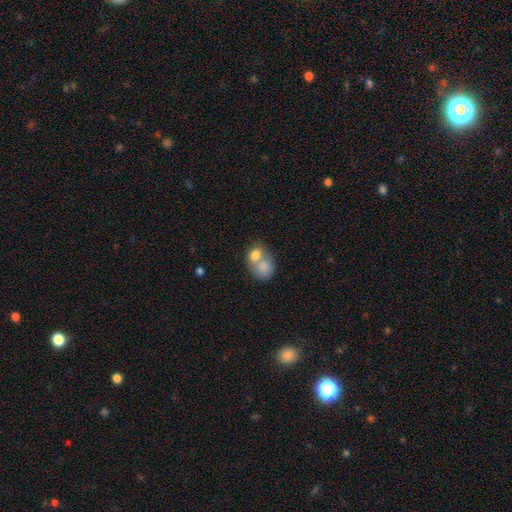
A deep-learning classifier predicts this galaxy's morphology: Smooth or featured: smooth — 76% (featured or disk — 16%)
How rounded: round — 54% (in between — 45%)
Merging: merger — 70% (none — 20%)